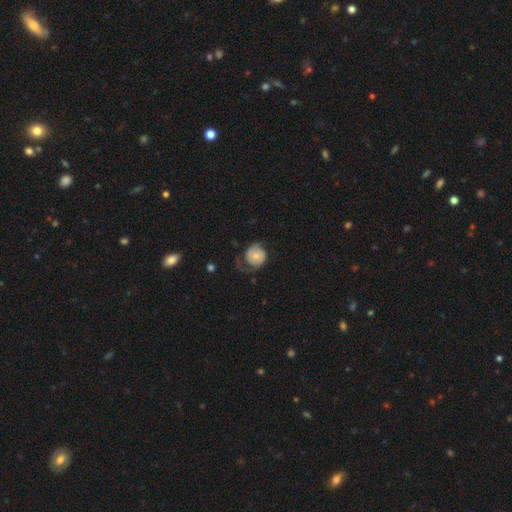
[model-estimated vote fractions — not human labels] Morphology: type=featured or disk (49%); merging=none (41%).